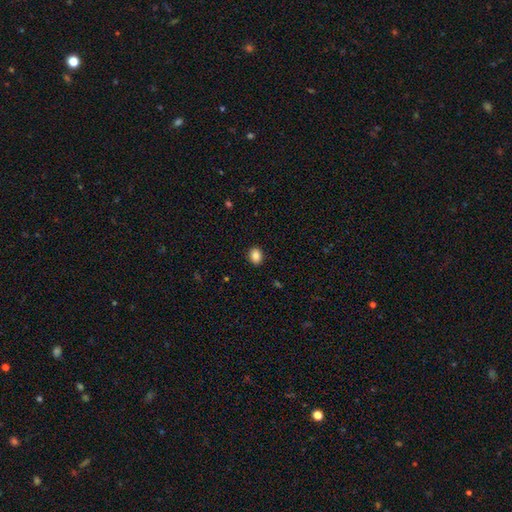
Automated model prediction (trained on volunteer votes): Smooth or featured? Predicted: smooth (p=0.86). How rounded? Predicted: in between (p=0.55). Merging? Predicted: none (p=0.90).